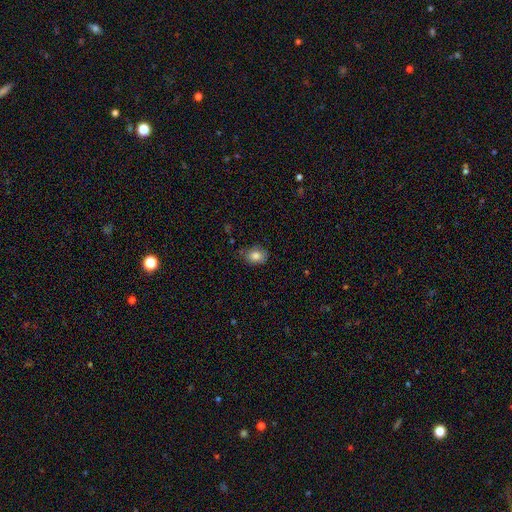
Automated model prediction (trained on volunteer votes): Q: Smooth or featured?
A: smooth (83%); runner-up: star or artifact (9%)
Q: How rounded?
A: in between (65%); runner-up: round (34%)
Q: Merging?
A: none (70%); runner-up: minor disturbance (24%)